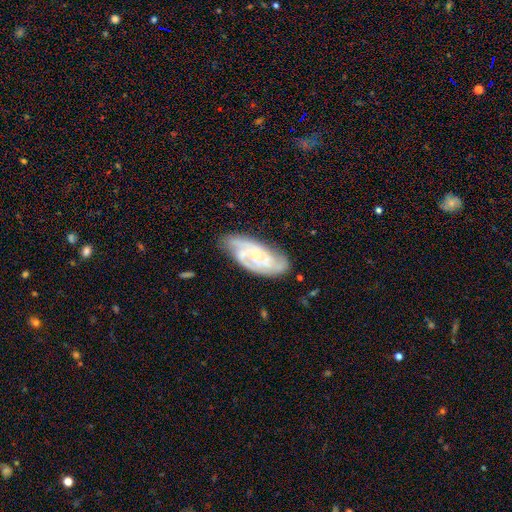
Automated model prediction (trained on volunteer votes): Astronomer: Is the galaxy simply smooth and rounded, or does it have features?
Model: featured or disk — 84%.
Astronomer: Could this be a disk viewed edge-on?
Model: no — 95%.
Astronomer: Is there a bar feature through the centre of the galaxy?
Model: no — 60%.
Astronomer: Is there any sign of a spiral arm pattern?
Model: yes — 97%.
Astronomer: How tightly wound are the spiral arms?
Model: tight — 57% (runner-up: medium, 36%).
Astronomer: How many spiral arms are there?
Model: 3 — 40% (runner-up: 2, 27%).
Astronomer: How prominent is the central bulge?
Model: small — 66%.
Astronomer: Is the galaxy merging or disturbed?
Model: none — 72%.